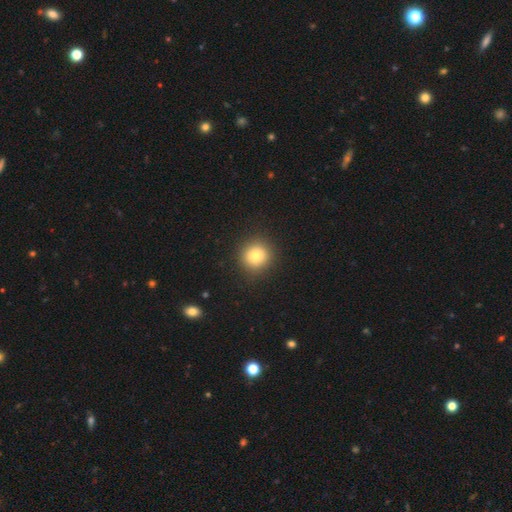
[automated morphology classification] This appears to be a smooth galaxy with no disk features (80%) that is round (92%). Merging: none (91%).